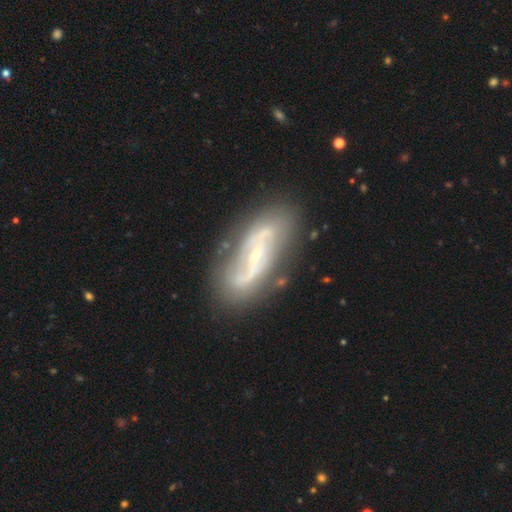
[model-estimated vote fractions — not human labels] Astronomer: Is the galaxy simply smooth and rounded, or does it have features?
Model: featured or disk — 82%.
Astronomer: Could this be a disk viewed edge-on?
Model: no — 91%.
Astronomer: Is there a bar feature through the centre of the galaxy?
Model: weak — 37% (runner-up: strong, 32%).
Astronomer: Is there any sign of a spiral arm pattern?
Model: yes — 85%.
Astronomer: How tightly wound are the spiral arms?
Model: medium — 39% (runner-up: loose, 38%).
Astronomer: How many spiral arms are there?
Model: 2 — 80%.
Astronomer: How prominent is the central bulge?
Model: small — 72%.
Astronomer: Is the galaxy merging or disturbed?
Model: none — 76%.